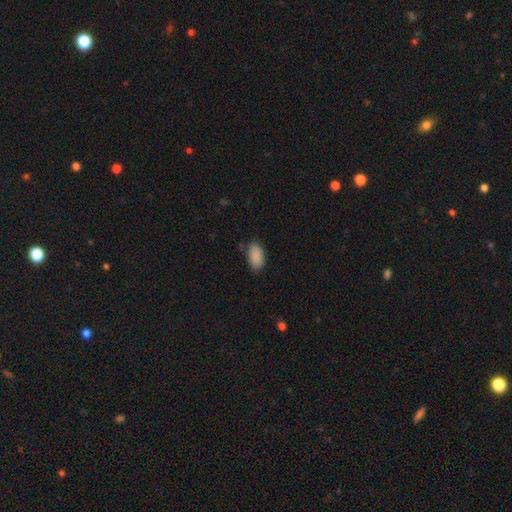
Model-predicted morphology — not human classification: Smooth or featured? smooth (90%)
How rounded? in between (94%)
Merging? none (83%)